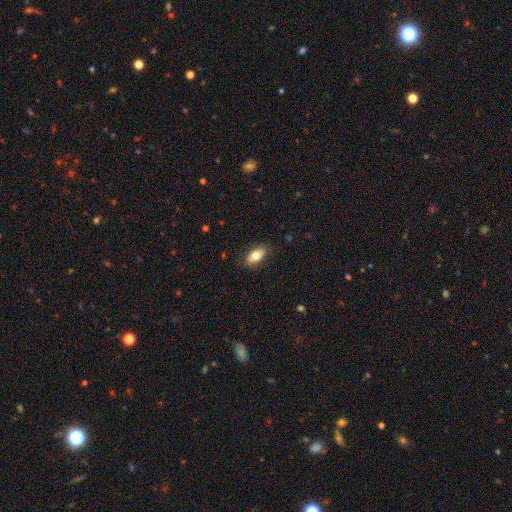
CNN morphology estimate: This is likely a smooth galaxy (78%). How rounded: clearly in between (91%). Merging: clearly none (85%).